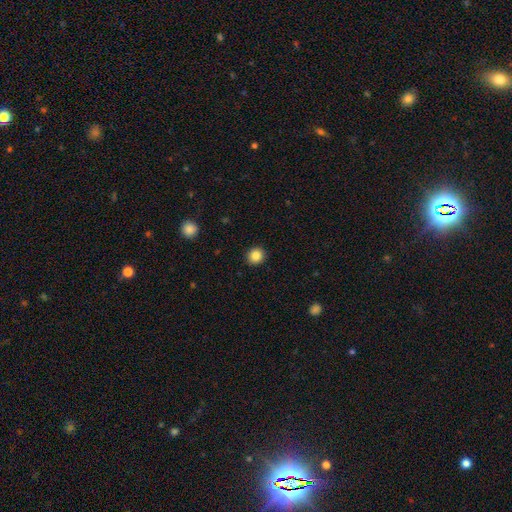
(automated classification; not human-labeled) This appears to be a smooth galaxy with no disk features (85%) that is round (88%). Merging: none (92%).